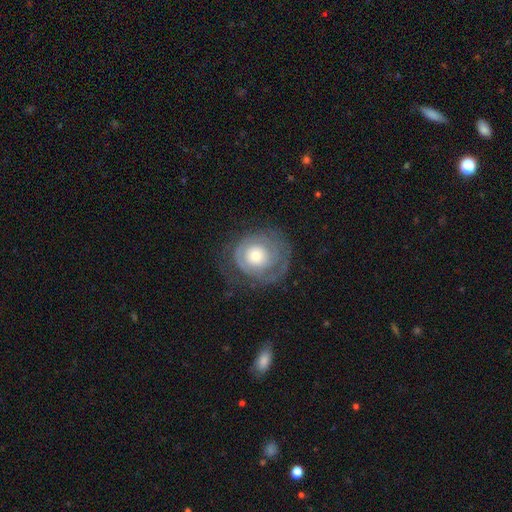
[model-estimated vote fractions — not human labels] Smooth or featured?
  - featured or disk: 61% *
  - smooth: 32%
  - star or artifact: 7%
Edge-on disk?
  - no: 97% *
  - yes: 3%
Bar?
  - no: 85% *
  - weak: 12%
  - strong: 3%
Spiral arms?
  - yes: 67% *
  - no: 33%
Bulge size?
  - moderate: 54% *
  - small: 32%
  - large: 11%
  - dominant: 2%
  - none: 1%
Merging?
  - none: 63% *
  - minor disturbance: 20%
  - major disturbance: 16%
  - merger: 1%